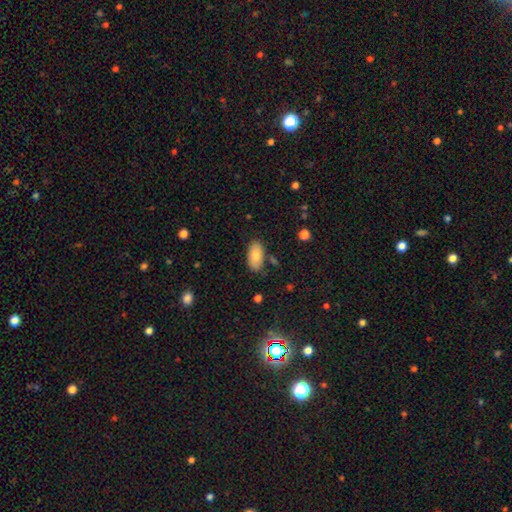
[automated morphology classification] The model was most divided on "merging": none: 82%, minor disturbance: 12%, merger: 3%, major disturbance: 3%. More confident: how rounded — in between (93%); smooth or featured — smooth (83%).